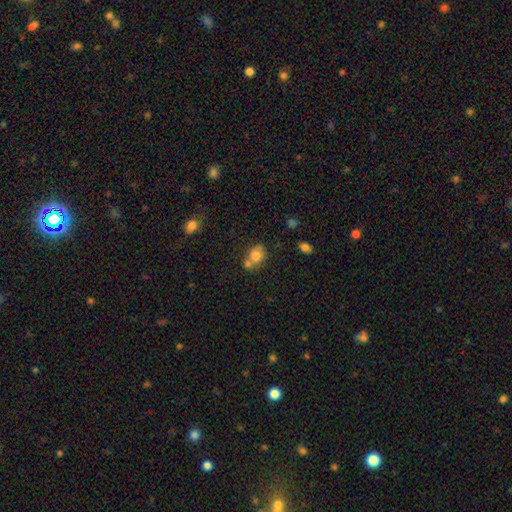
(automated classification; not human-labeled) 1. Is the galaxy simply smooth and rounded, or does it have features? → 77% smooth, 13% featured or disk, 10% star or artifact.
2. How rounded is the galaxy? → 52% round, 47% in between, 1% cigar-shaped.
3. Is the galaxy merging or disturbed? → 50% none, 33% merger, 13% minor disturbance, 4% major disturbance.